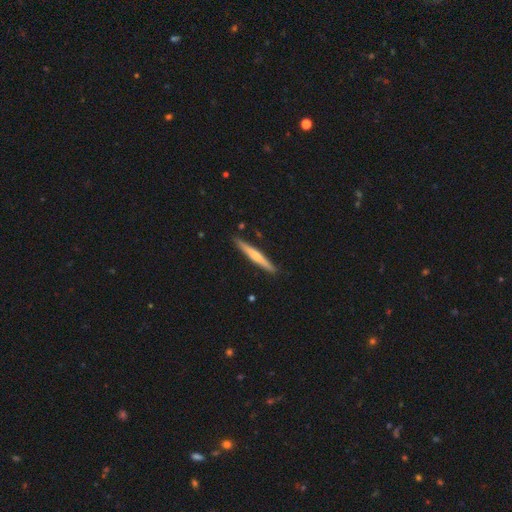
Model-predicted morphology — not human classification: A smooth galaxy with no disk features (50%).

Vote fractions:
- Smooth or featured? smooth: 50% / featured or disk: 45% / star or artifact: 5%
- Merging? none: 90% / minor disturbance: 7% / merger: 1% / major disturbance: 1%